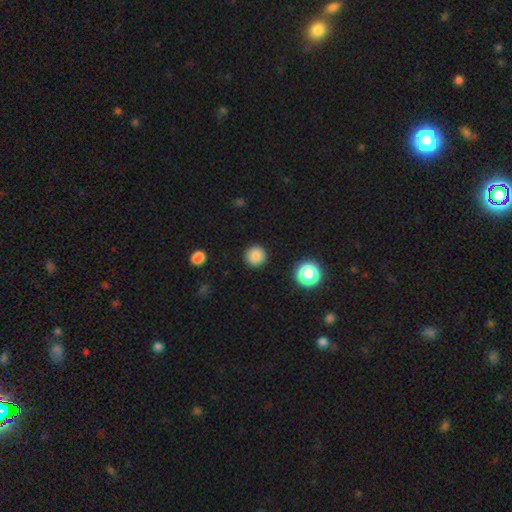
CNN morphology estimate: This is clearly a smooth galaxy (85%). How rounded: clearly round (96%). Merging: clearly none (92%).